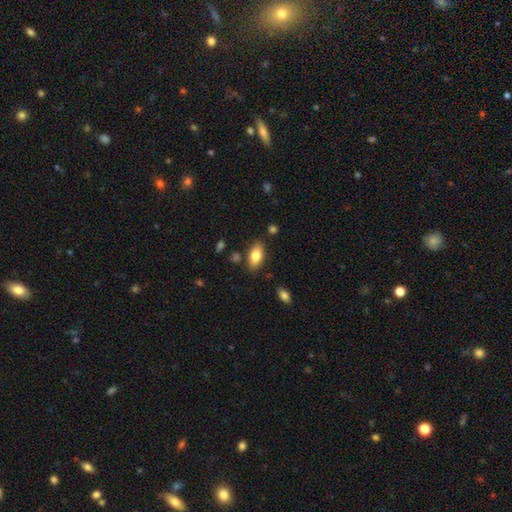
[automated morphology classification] smooth 82%, featured or disk 11%, star or artifact 7%. Down the decision tree: how rounded — in between (91%); merging — none (82%).